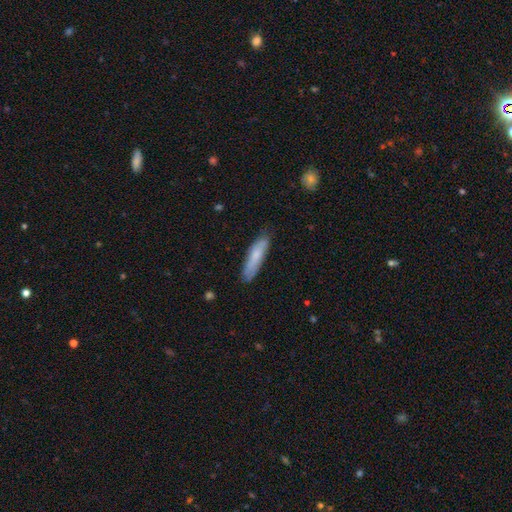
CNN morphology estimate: This appears to be a smooth galaxy with no disk features (72%) that is cigar-shaped (76%). Merging: none (79%).